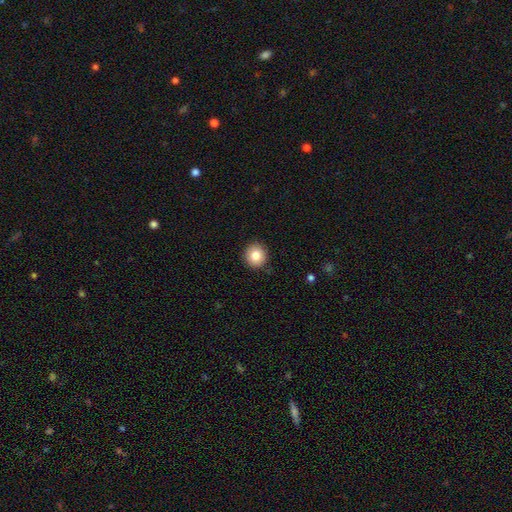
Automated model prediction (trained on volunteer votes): The model was most divided on "smooth or featured": smooth: 82%, star or artifact: 10%, featured or disk: 8%. More confident: merging — none (91%); how rounded — round (91%).